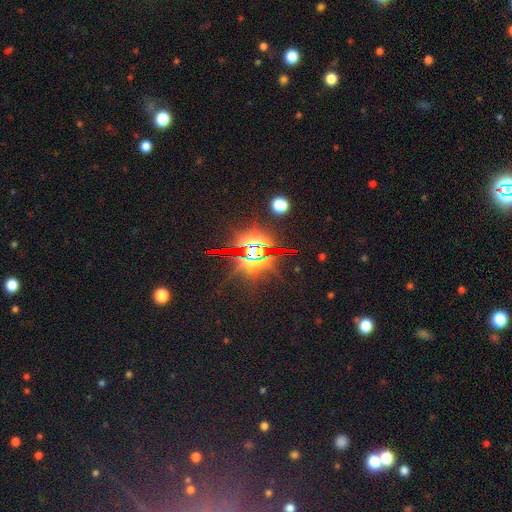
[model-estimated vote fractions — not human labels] Q: Smooth or featured?
A: star or artifact (82%); runner-up: featured or disk (10%)